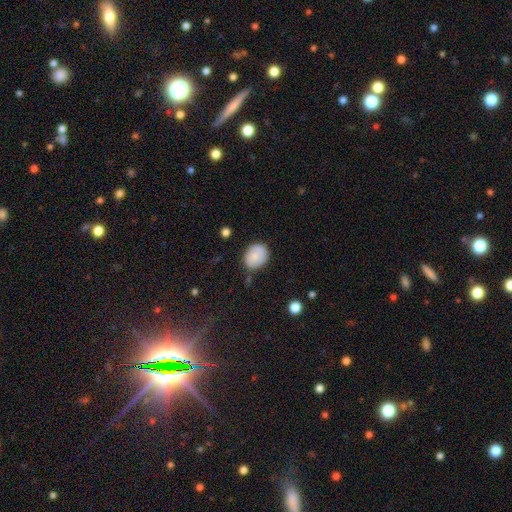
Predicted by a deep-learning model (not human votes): smooth_or_featured: smooth (p=0.80) [alt: featured or disk p=0.12]
how_rounded: round (p=0.50) [alt: in between p=0.49]
merging: none (p=0.71) [alt: minor disturbance p=0.20]